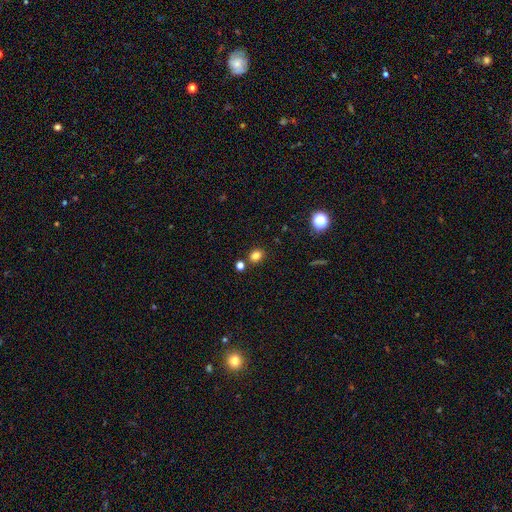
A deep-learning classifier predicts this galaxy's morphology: A smooth galaxy with no disk features (80%) that is round (56%). Merging: none (79%).